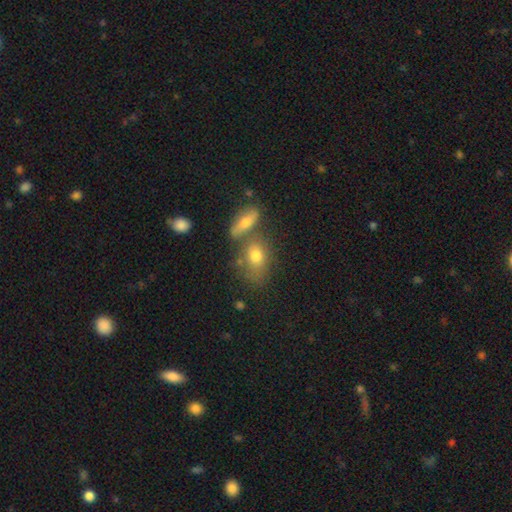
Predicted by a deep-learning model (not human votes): Q: Smooth or featured?
A: smooth (71%); runner-up: featured or disk (19%)
Q: How rounded?
A: in between (76%); runner-up: round (19%)
Q: Merging?
A: none (46%); runner-up: merger (34%)